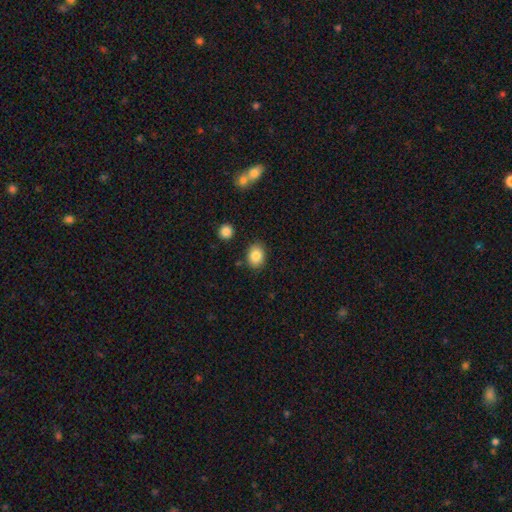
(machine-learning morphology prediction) A smooth galaxy with no disk features (84%) that is in between round and cigar-shaped (59%). Merging: none (84%).